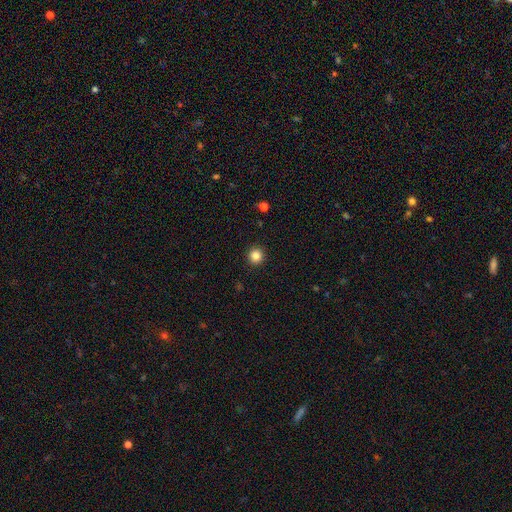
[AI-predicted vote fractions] smooth_or_featured: smooth (p=0.85) [alt: star or artifact p=0.11]
how_rounded: round (p=0.95) [alt: in between p=0.04]
merging: none (p=0.93) [alt: minor disturbance p=0.04]